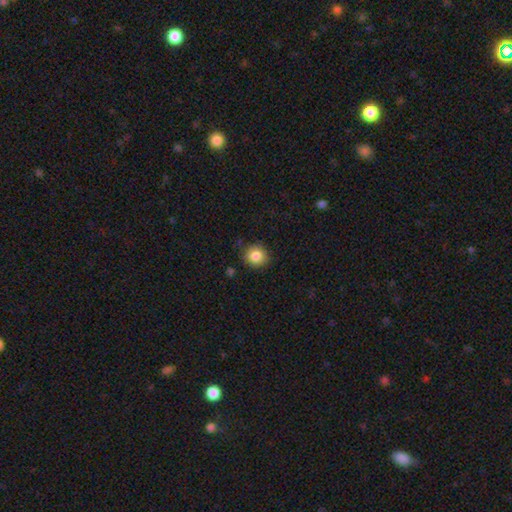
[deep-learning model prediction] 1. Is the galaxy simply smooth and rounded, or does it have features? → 85% smooth, 9% star or artifact, 6% featured or disk.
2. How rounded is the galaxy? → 89% round, 10% in between, 1% cigar-shaped.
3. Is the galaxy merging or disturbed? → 86% none, 10% minor disturbance, 2% major disturbance, 2% merger.